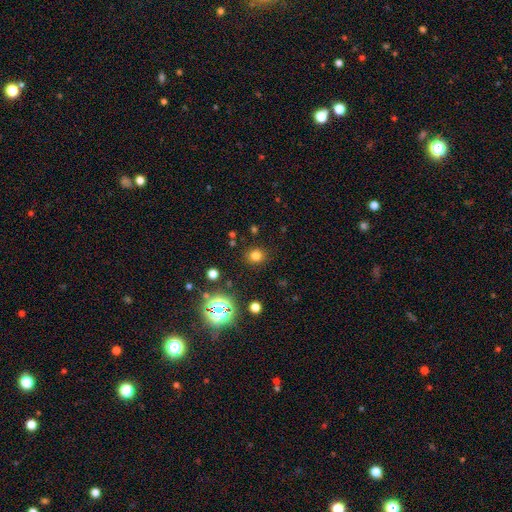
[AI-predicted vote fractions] Overall: smooth (75%). How rounded: round (84%). Merging: none (88%).